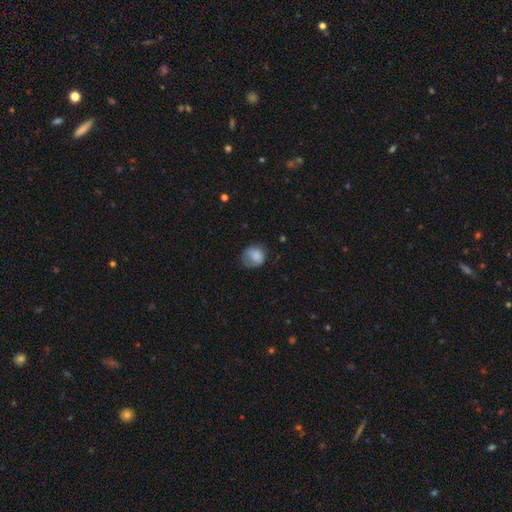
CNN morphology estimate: A smooth galaxy with no disk features (80%) that is round (70%). Merging: none (56%).